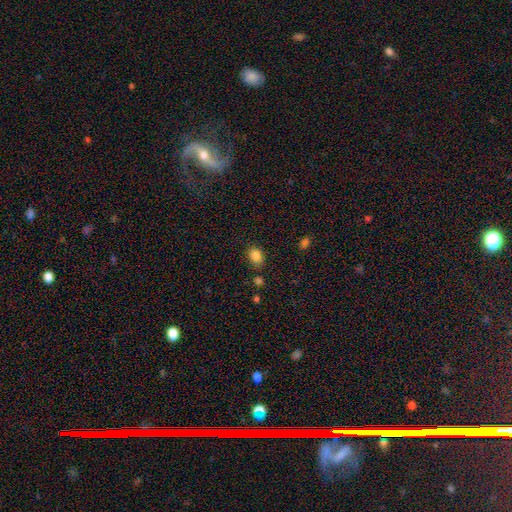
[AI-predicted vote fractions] This is clearly a smooth galaxy (85%). How rounded: likely in between (65%). Merging: likely none (77%).